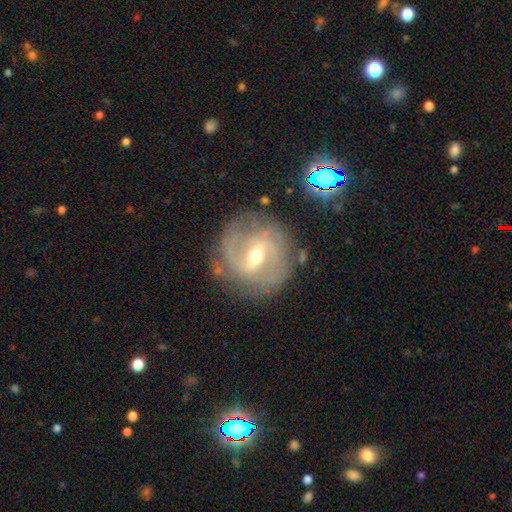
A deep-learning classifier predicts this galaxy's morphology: Smooth or featured?
  - featured or disk: 83% *
  - smooth: 11%
  - star or artifact: 6%
Edge-on disk?
  - no: 96% *
  - yes: 4%
Bar?
  - weak: 50% *
  - strong: 38%
  - no: 12%
Spiral arms?
  - yes: 90% *
  - no: 10%
Spiral winding?
  - tight: 45% *
  - medium: 39%
  - loose: 15%
Spiral arm count?
  - 2: 55% *
  - can't tell: 23%
  - 3: 11%
  - 4: 4%
  - 1: 4%
  - more than 4: 3%
Bulge size?
  - moderate: 62% *
  - small: 33%
  - large: 3%
  - none: 1%
  - dominant: 1%
Merging?
  - none: 76% *
  - minor disturbance: 15%
  - major disturbance: 7%
  - merger: 2%